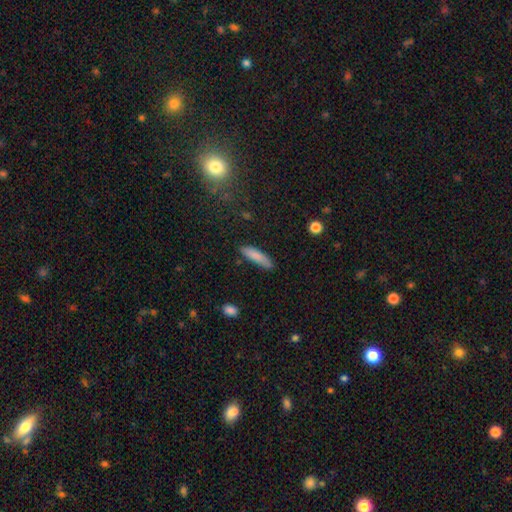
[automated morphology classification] Smooth or featured?
  - smooth: 84% *
  - featured or disk: 10%
  - star or artifact: 6%
How rounded?
  - cigar-shaped: 67% *
  - in between: 31%
  - round: 2%
Merging?
  - none: 77% *
  - minor disturbance: 18%
  - major disturbance: 3%
  - merger: 2%